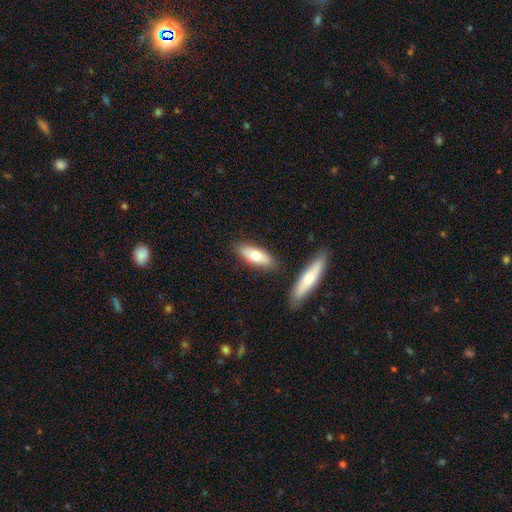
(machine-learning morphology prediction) This is likely a smooth galaxy (67%). How rounded: likely in between (62%). Merging: likely none (79%).